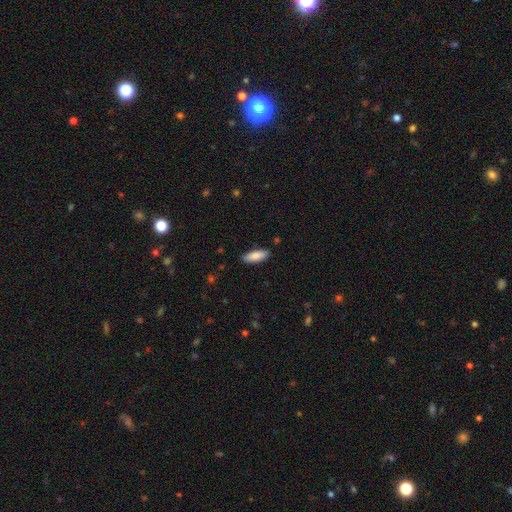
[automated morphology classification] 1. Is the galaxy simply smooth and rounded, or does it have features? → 85% smooth, 10% featured or disk, 6% star or artifact.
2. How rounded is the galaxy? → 65% in between, 34% cigar-shaped, 2% round.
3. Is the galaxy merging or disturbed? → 86% none, 10% minor disturbance, 2% major disturbance, 1% merger.